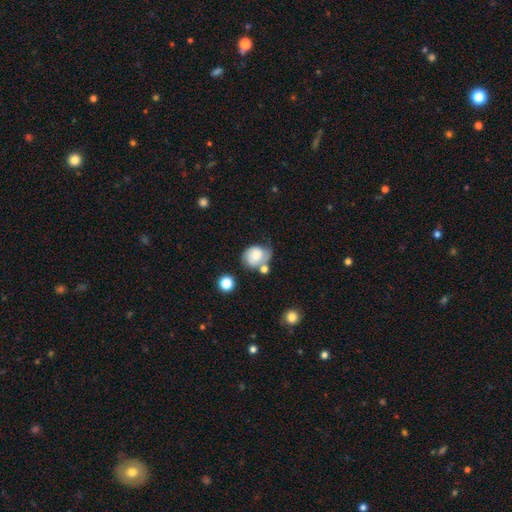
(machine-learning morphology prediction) type=smooth (62%); roundness=round (50%); merging=none (41%).